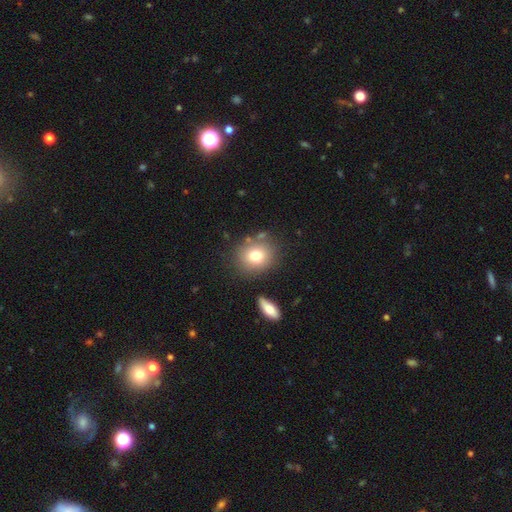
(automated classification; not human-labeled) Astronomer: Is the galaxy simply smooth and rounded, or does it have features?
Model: smooth — 76%.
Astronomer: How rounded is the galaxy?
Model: round — 73%.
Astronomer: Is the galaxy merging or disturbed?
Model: none — 76%.